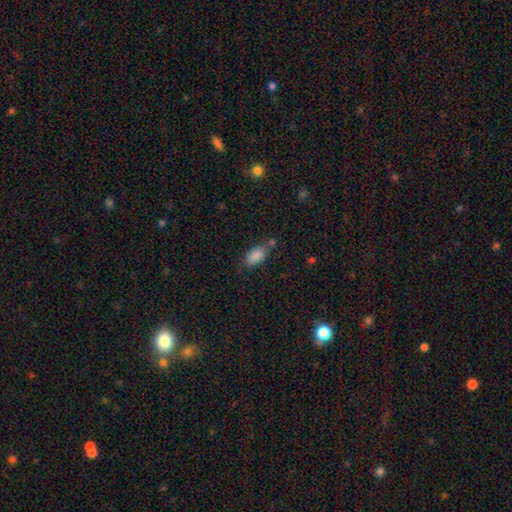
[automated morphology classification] type=smooth (85%); roundness=in between (90%); merging=none (57%).